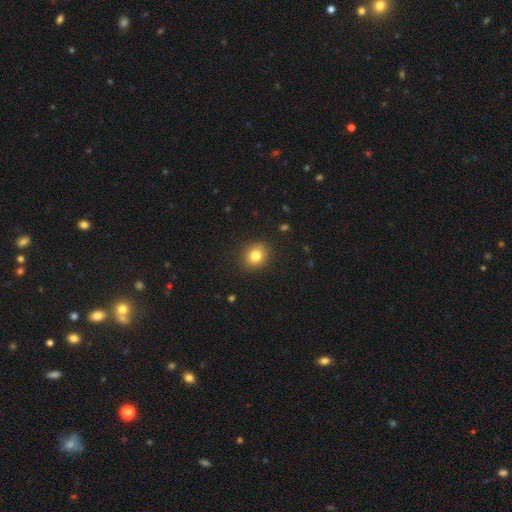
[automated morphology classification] Smooth or featured: smooth — 81% (star or artifact — 11%)
How rounded: round — 79% (in between — 20%)
Merging: none — 90% (minor disturbance — 7%)